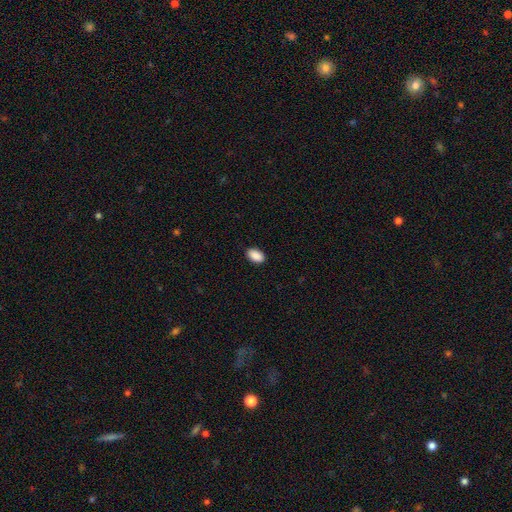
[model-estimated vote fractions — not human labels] Q: Smooth or featured?
A: smooth (90%); runner-up: star or artifact (7%)
Q: How rounded?
A: in between (93%); runner-up: round (5%)
Q: Merging?
A: none (89%); runner-up: minor disturbance (8%)